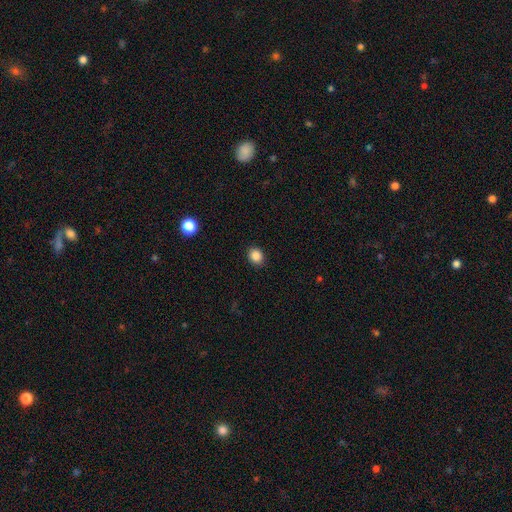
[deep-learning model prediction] Smooth or featured? Predicted: smooth (p=0.86). How rounded? Predicted: round (p=0.69). Merging? Predicted: none (p=0.90).